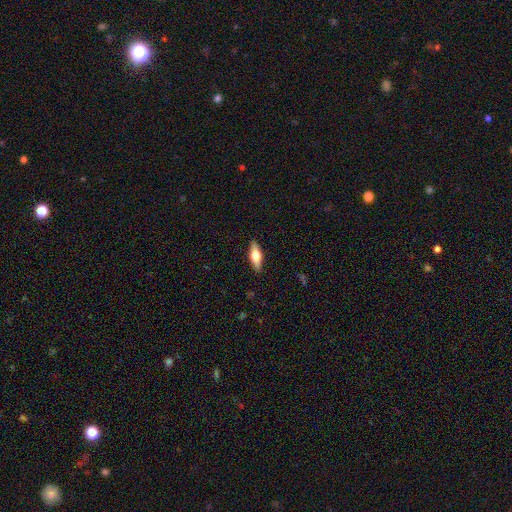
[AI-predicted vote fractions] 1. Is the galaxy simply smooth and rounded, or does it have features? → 54% smooth, 40% featured or disk, 6% star or artifact.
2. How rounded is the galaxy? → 63% in between, 34% cigar-shaped, 3% round.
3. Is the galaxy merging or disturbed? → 89% none, 8% minor disturbance, 2% major disturbance, 1% merger.